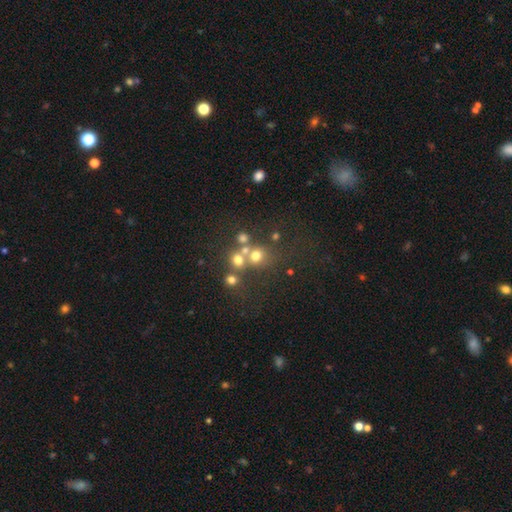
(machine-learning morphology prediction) smooth 63%, star or artifact 21%, featured or disk 16%. Down the decision tree: how rounded — round (86%); merging — none (53%).